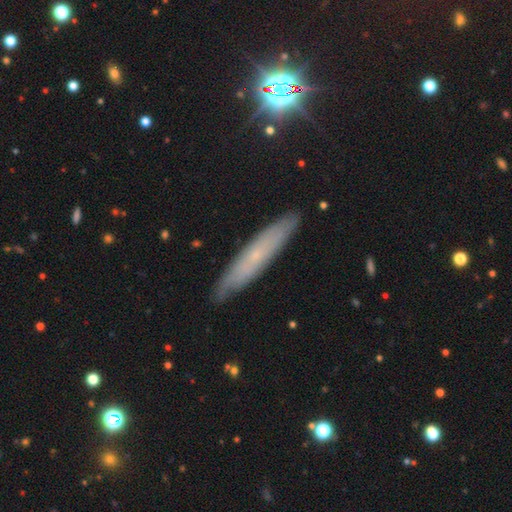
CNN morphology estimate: smooth_or_featured: featured or disk (p=0.48) [alt: smooth p=0.42]
merging: none (p=0.87) [alt: minor disturbance p=0.10]